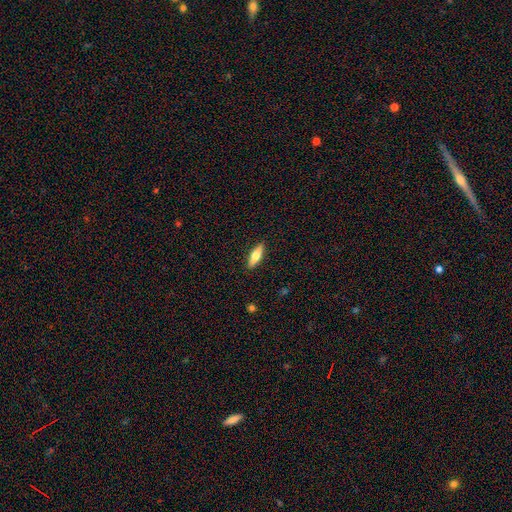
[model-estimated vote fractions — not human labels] Smooth or featured: smooth — 60% (featured or disk — 34%)
How rounded: cigar-shaped — 55% (in between — 43%)
Merging: none — 90% (minor disturbance — 7%)